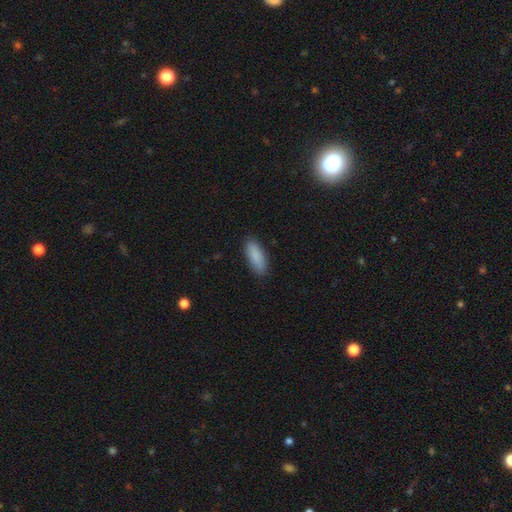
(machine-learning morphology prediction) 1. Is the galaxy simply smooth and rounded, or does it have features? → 89% smooth, 6% star or artifact, 5% featured or disk.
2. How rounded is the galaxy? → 74% in between, 24% cigar-shaped, 2% round.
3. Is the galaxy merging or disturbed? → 86% none, 11% minor disturbance, 2% major disturbance, 1% merger.